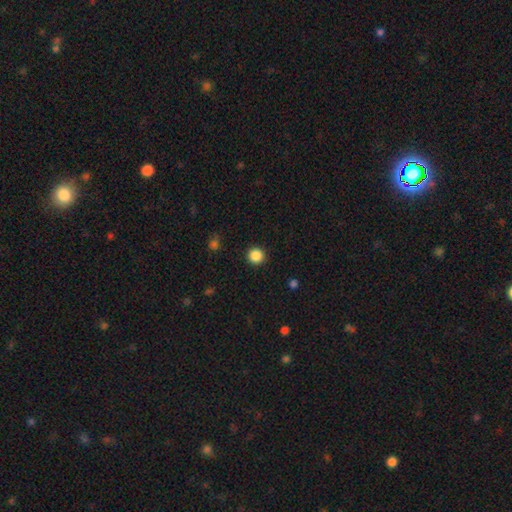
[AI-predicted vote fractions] The model was most divided on "smooth or featured": smooth: 87%, star or artifact: 11%, featured or disk: 3%. More confident: how rounded — round (94%); merging — none (92%).